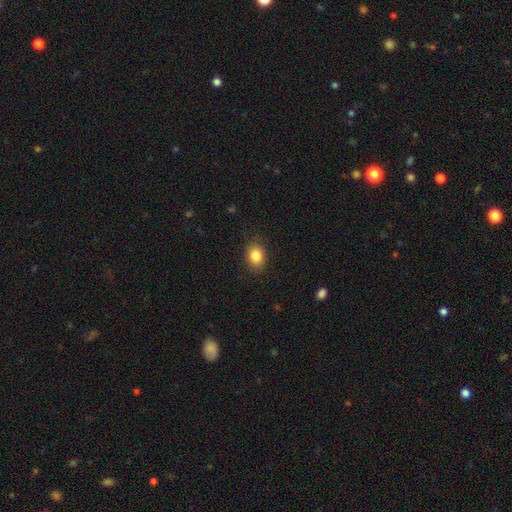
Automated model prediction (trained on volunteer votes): smooth-or-featured: smooth: 85% | star or artifact: 9% | featured or disk: 6%
  how-rounded: in between: 62% | round: 37% | cigar-shaped: 1%
  merging: none: 86% | minor disturbance: 10% | major disturbance: 3% | merger: 1%